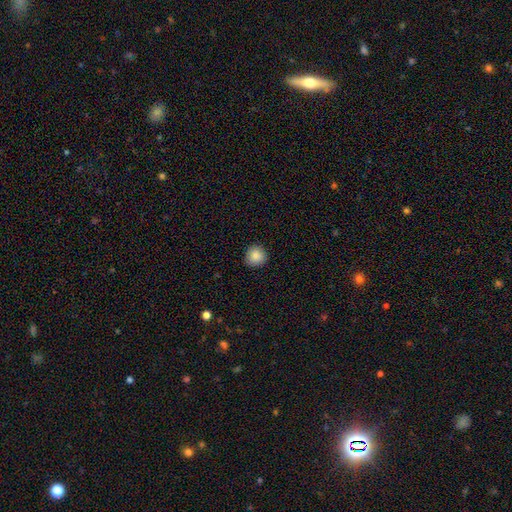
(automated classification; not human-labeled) A smooth galaxy with no disk features (88%) that is round (92%). Merging: none (87%).